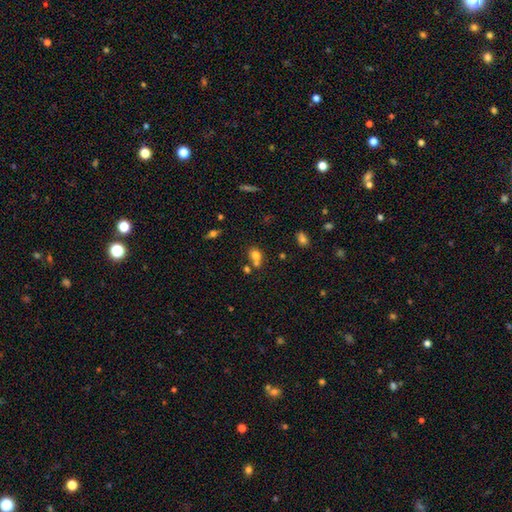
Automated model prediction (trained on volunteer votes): A smooth galaxy with no disk features (73%) that is round (50%). Merging: merger (43%).